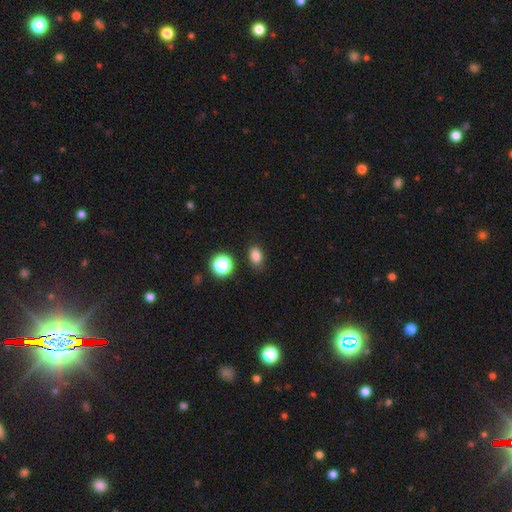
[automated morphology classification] Smooth or featured?
  - smooth: 82% *
  - star or artifact: 13%
  - featured or disk: 5%
How rounded?
  - in between: 74% *
  - round: 24%
  - cigar-shaped: 1%
Merging?
  - none: 83% *
  - minor disturbance: 12%
  - merger: 3%
  - major disturbance: 3%